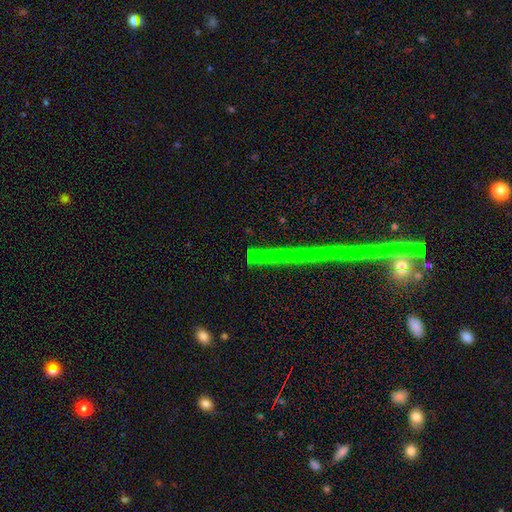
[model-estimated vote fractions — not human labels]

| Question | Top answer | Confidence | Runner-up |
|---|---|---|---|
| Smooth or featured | star or artifact | 69% | smooth (19%) |